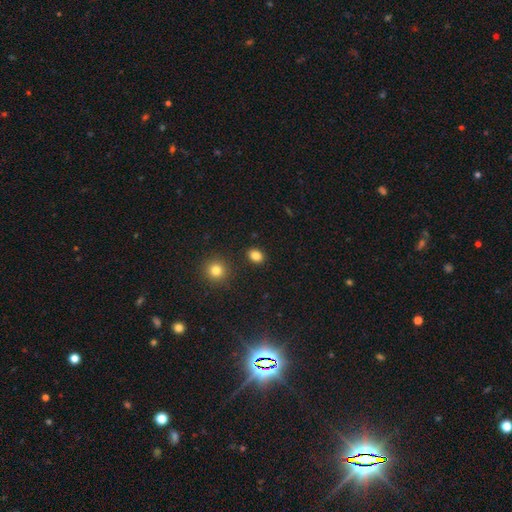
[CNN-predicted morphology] The model was most divided on "how rounded": in between: 58%, round: 41%, cigar-shaped: 1%. More confident: merging — none (88%); smooth or featured — smooth (84%).